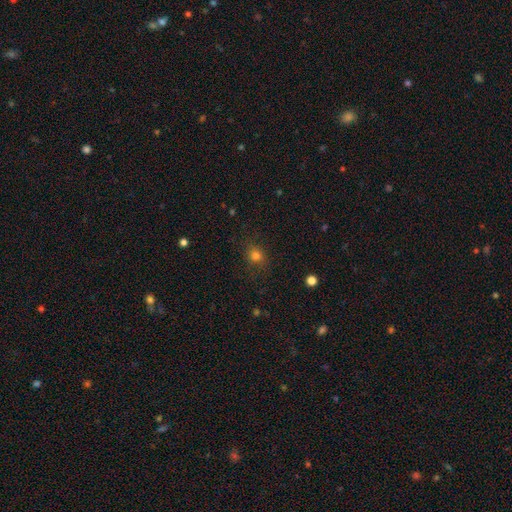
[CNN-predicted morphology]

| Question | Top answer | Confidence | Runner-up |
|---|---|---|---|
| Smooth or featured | smooth | 78% | star or artifact (15%) |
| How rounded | round | 72% | in between (26%) |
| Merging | none | 81% | minor disturbance (12%) |